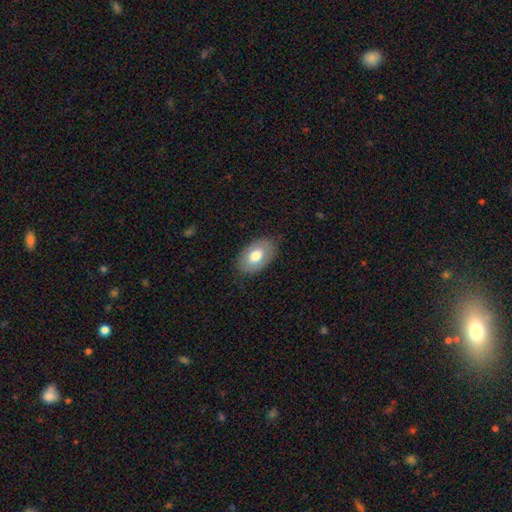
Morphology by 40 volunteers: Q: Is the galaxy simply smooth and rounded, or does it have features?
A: smooth — 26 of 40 (65%).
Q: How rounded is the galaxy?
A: in between — 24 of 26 (92%).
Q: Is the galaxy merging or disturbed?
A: none — 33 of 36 (92%).